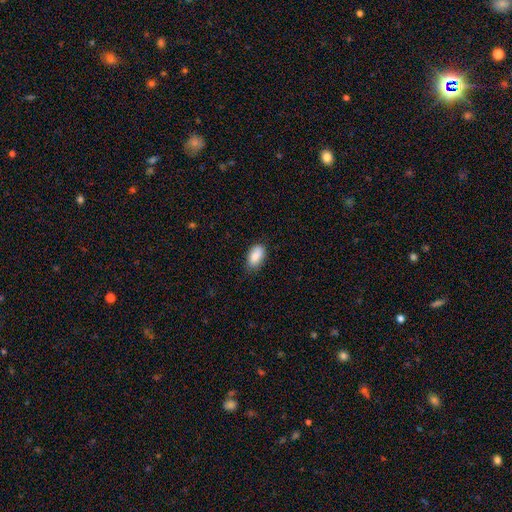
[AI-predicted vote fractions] Morphology: type=smooth (87%); roundness=in between (93%); merging=none (76%).